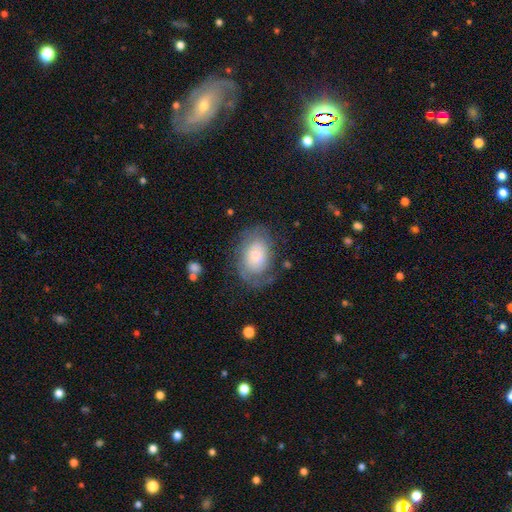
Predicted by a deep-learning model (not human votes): Smooth or featured? Predicted: featured or disk (p=0.48). Merging? Predicted: none (p=0.61).